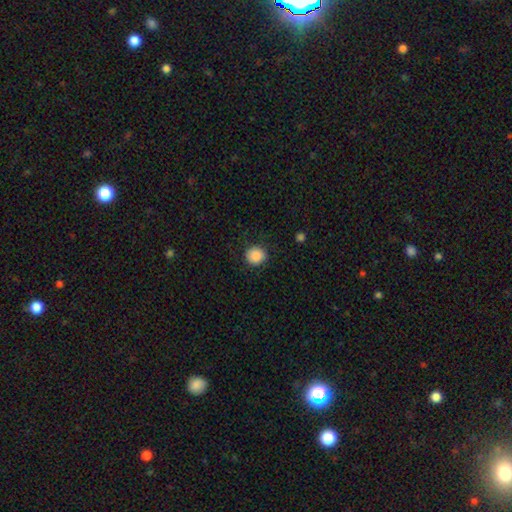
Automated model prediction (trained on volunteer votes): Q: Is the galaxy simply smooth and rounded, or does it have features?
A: smooth — 88%.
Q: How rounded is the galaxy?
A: round — 90%.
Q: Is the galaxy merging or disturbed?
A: none — 87%.